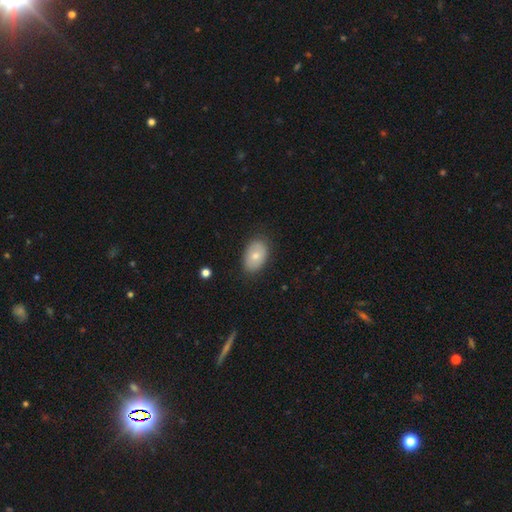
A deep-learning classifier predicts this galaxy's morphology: Overall: smooth (71%). How rounded: in between (87%). Merging: none (81%).